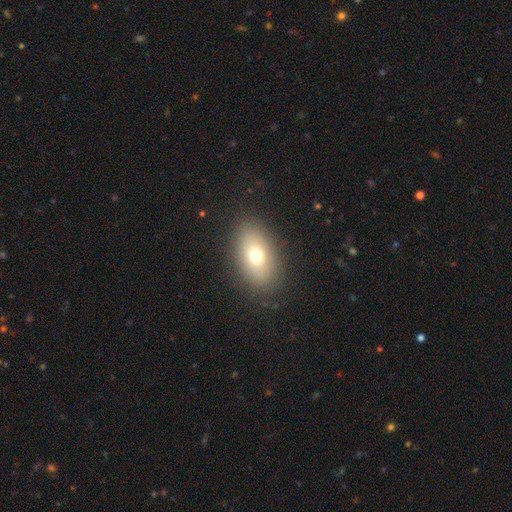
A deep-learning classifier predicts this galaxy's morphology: smooth_or_featured: smooth (p=0.70) [alt: featured or disk p=0.19]
how_rounded: in between (p=0.85) [alt: round p=0.12]
merging: none (p=0.86) [alt: minor disturbance p=0.09]